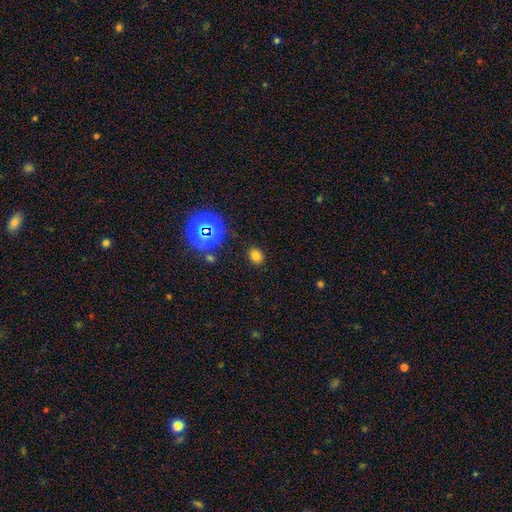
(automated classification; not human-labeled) smooth_or_featured: smooth (p=0.70) [alt: star or artifact p=0.24]
how_rounded: in between (p=0.59) [alt: round p=0.40]
merging: none (p=0.85) [alt: minor disturbance p=0.10]